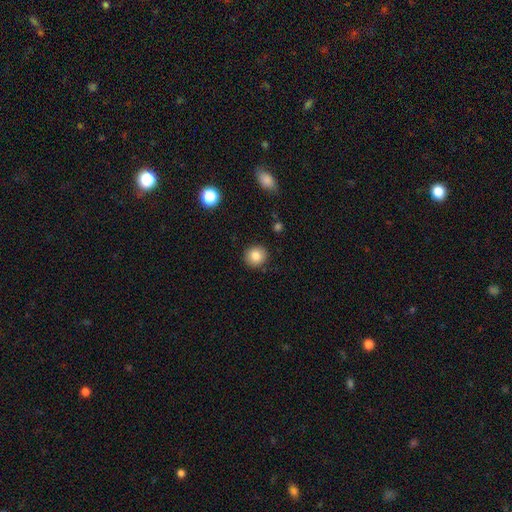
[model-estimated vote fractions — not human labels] A smooth galaxy with no disk features (84%) that is round (87%).

Vote fractions:
- Smooth or featured? smooth: 84% / star or artifact: 10% / featured or disk: 6%
- How rounded? round: 87% / in between: 12% / cigar-shaped: 1%
- Merging? none: 90% / minor disturbance: 7% / major disturbance: 2% / merger: 1%